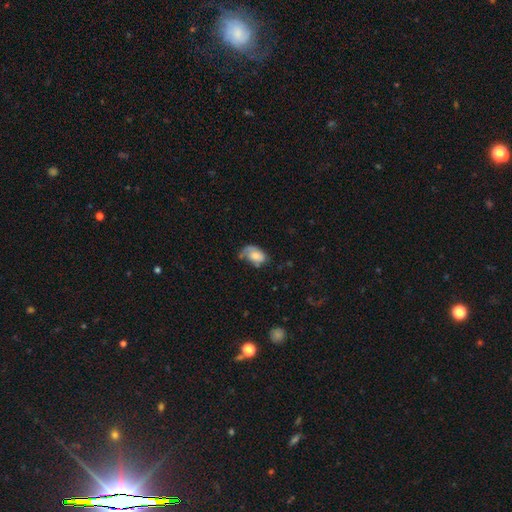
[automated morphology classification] type=smooth (54%); roundness=in between (87%); merging=none (36%).